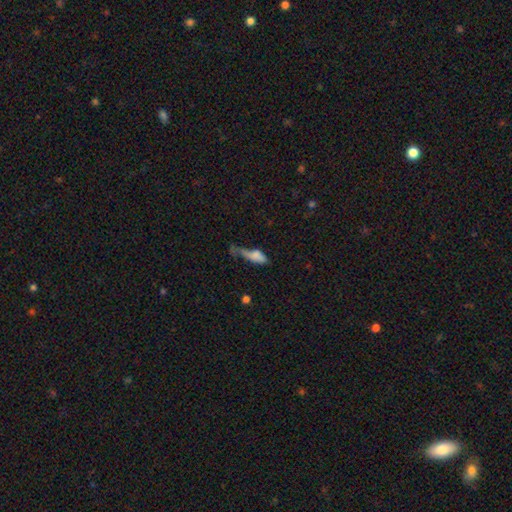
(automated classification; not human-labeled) This is likely a smooth galaxy (68%). How rounded: likely in between (65%). Merging: marginally major disturbance (42%).